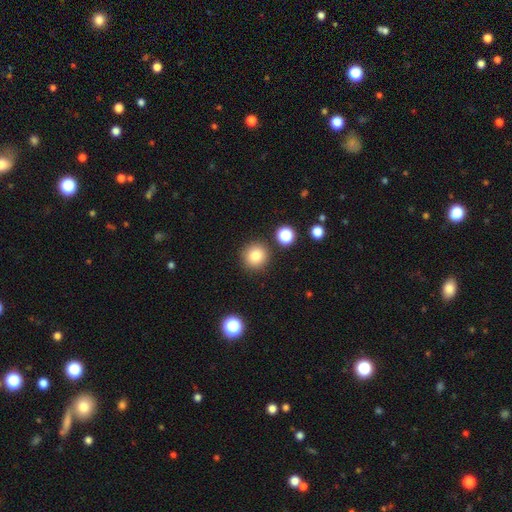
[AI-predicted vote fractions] A smooth galaxy with no disk features (81%) that is round (94%). Merging: none (87%).